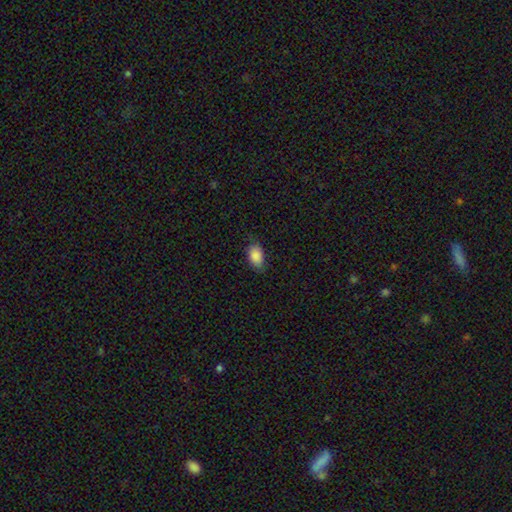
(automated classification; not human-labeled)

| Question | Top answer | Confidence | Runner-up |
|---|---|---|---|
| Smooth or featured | smooth | 88% | star or artifact (7%) |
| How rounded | in between | 90% | round (8%) |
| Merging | none | 76% | minor disturbance (19%) |